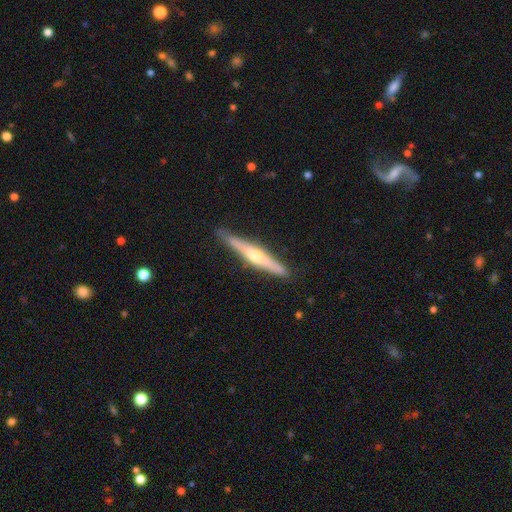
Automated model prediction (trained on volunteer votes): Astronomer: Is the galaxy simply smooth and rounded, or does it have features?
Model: featured or disk — 69%.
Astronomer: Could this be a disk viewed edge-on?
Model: yes — 96%.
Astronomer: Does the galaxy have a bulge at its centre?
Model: rounded — 87%.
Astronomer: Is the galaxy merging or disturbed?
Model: none — 86%.